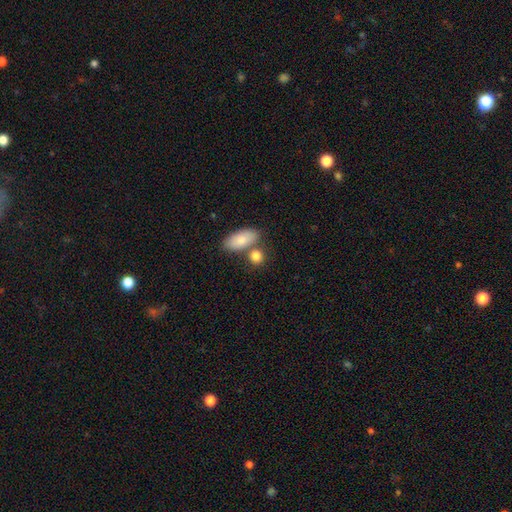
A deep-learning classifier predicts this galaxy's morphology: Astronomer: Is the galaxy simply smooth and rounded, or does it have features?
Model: smooth — 84%.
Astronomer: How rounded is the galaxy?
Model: round — 50% (runner-up: in between, 46%).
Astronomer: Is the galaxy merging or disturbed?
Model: none — 58%.